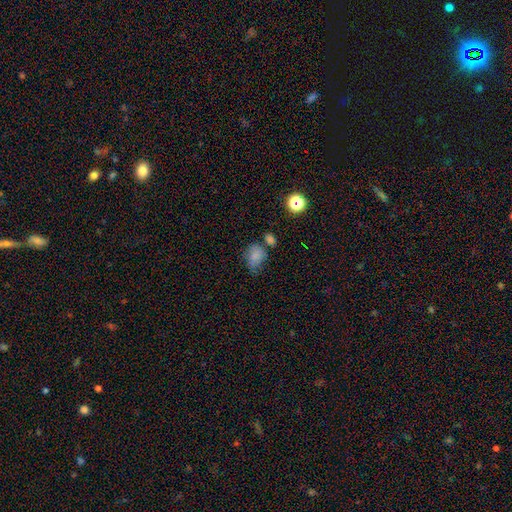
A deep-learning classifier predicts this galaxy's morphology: Smooth or featured? Predicted: smooth (p=0.77). How rounded? Predicted: in between (p=0.66). Merging? Predicted: none (p=0.44).